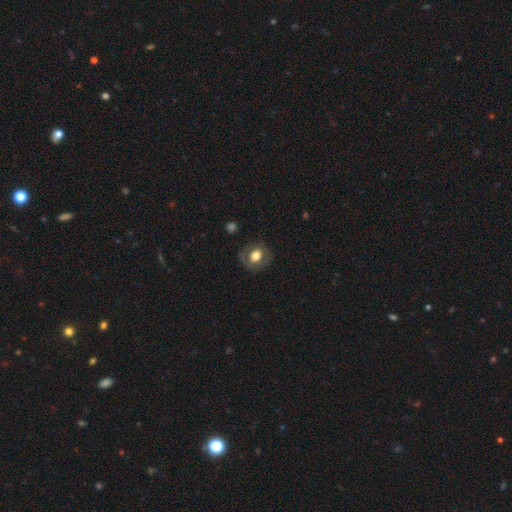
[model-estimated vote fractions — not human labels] smooth_or_featured: smooth (p=0.59) [alt: featured or disk p=0.33]
how_rounded: round (p=0.64) [alt: in between p=0.35]
merging: none (p=0.79) [alt: minor disturbance p=0.13]